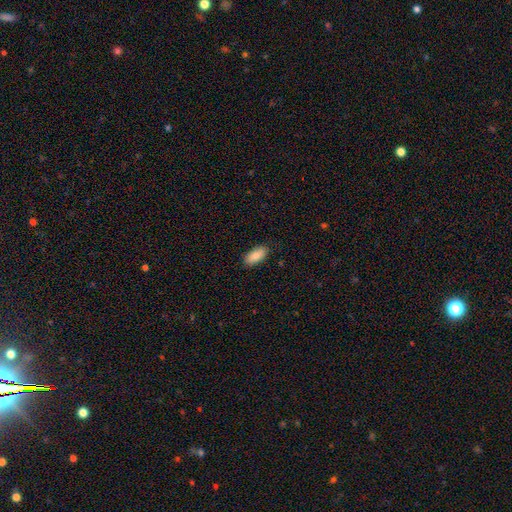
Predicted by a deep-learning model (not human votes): smooth_or_featured: smooth (p=0.86) [alt: featured or disk p=0.08]
how_rounded: in between (p=0.87) [alt: cigar-shaped p=0.11]
merging: none (p=0.86) [alt: minor disturbance p=0.11]